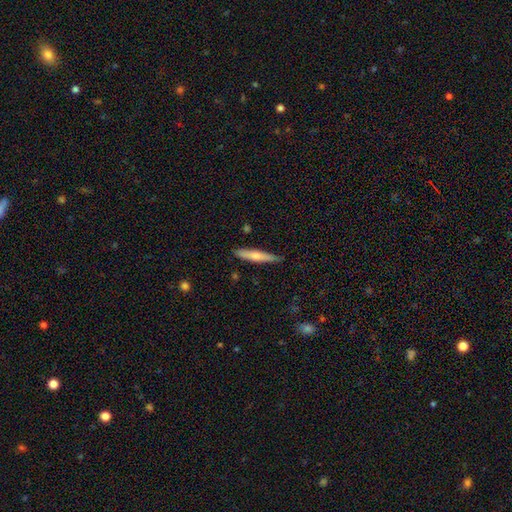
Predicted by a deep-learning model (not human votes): smooth-or-featured: smooth: 59% | featured or disk: 36% | star or artifact: 6%
  how-rounded: cigar-shaped: 91% | in between: 8% | round: 1%
  merging: none: 83% | minor disturbance: 14% | major disturbance: 2% | merger: 2%